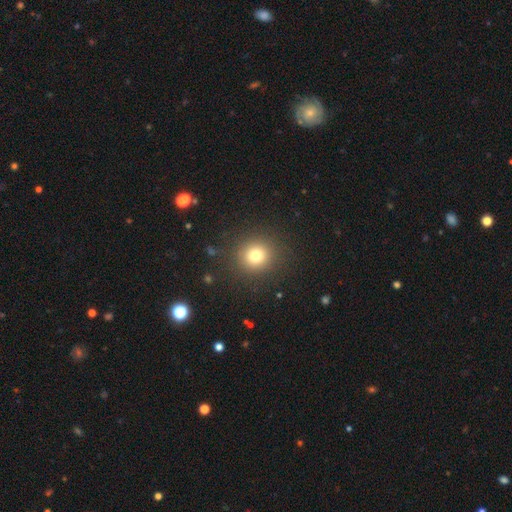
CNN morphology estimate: Smooth or featured?
  - smooth: 77% *
  - star or artifact: 15%
  - featured or disk: 8%
How rounded?
  - round: 91% *
  - in between: 8%
  - cigar-shaped: 1%
Merging?
  - none: 89% *
  - minor disturbance: 6%
  - major disturbance: 3%
  - merger: 1%